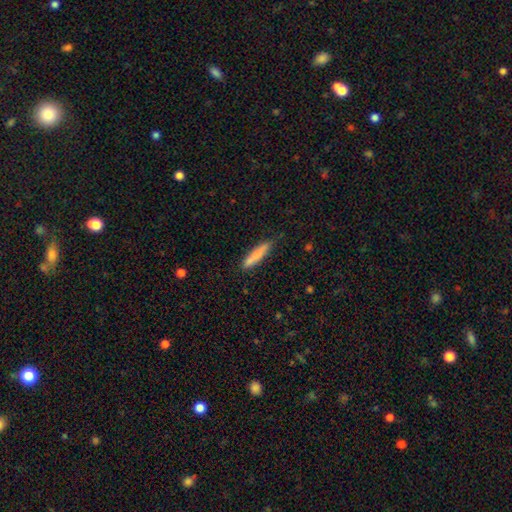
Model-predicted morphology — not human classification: smooth_or_featured: smooth (p=0.81) [alt: featured or disk p=0.13]
how_rounded: cigar-shaped (p=0.88) [alt: in between p=0.11]
merging: none (p=0.83) [alt: minor disturbance p=0.13]